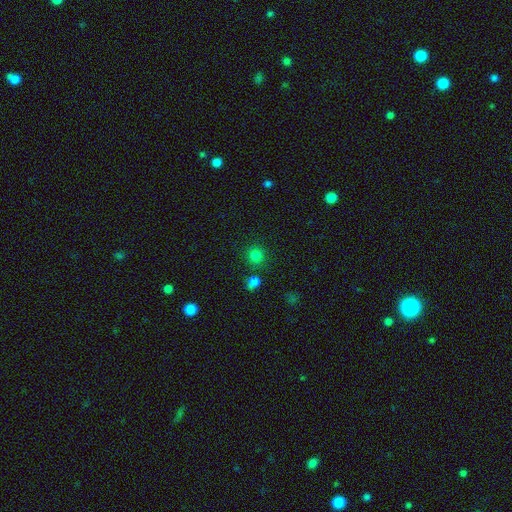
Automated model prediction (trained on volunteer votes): Morphology: type=smooth (80%); roundness=round (90%); merging=none (80%).